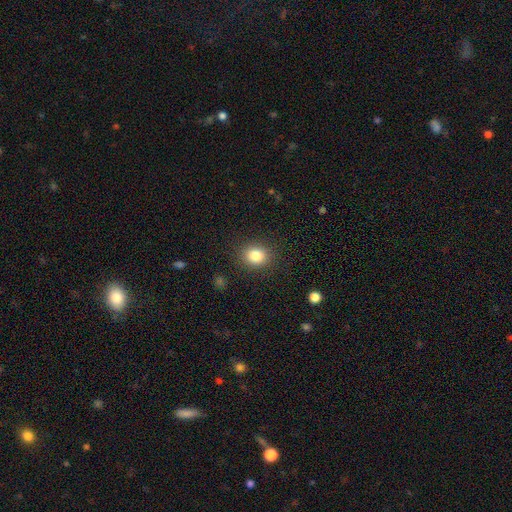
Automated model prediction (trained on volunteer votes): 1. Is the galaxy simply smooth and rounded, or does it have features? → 84% smooth, 11% star or artifact, 6% featured or disk.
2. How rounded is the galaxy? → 70% round, 29% in between, 1% cigar-shaped.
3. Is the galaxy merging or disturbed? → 88% none, 8% minor disturbance, 3% major disturbance, 1% merger.